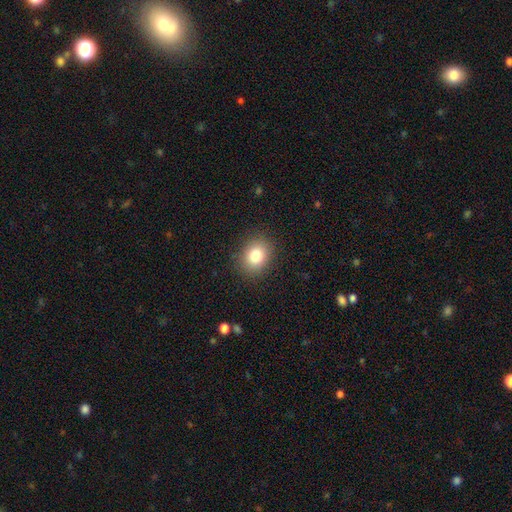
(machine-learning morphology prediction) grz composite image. It shows a smooth galaxy with no disk features (82%) that is round (54%). Merging: none (88%).